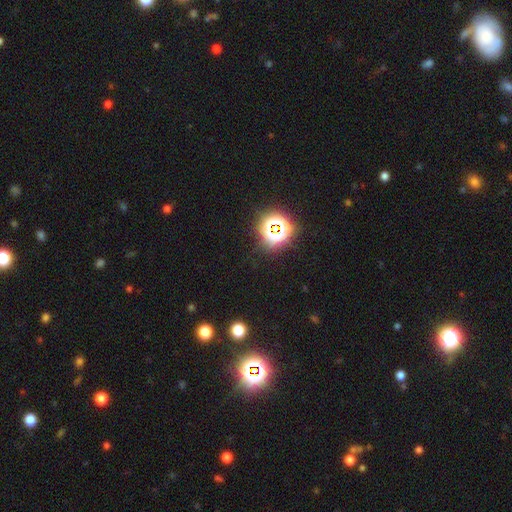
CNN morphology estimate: Overall: star or artifact (78%).